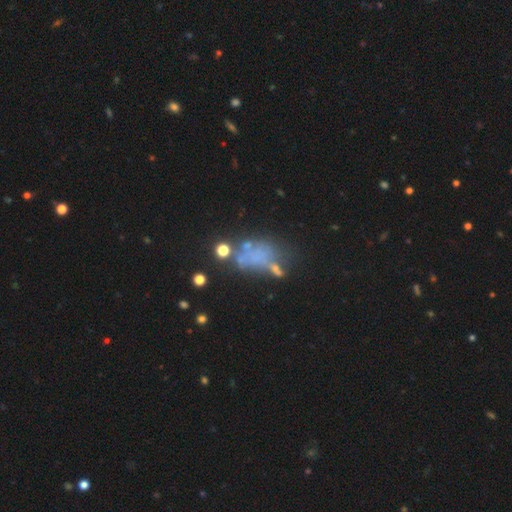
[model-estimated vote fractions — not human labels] A featured or disk galaxy (39%). Merging: none (35%).